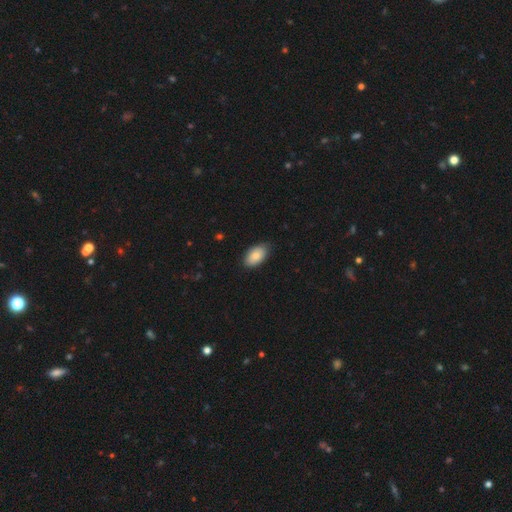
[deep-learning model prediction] This is clearly a smooth galaxy (83%). How rounded: clearly in between (94%). Merging: clearly none (82%).